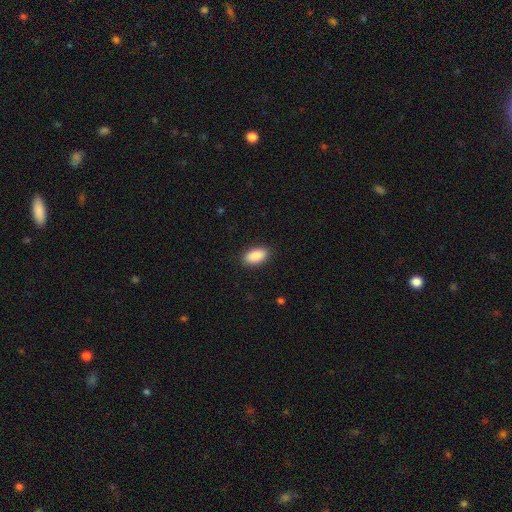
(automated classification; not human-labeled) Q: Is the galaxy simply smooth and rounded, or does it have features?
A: smooth — 90%.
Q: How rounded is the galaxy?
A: in between — 93%.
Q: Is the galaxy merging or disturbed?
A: none — 88%.